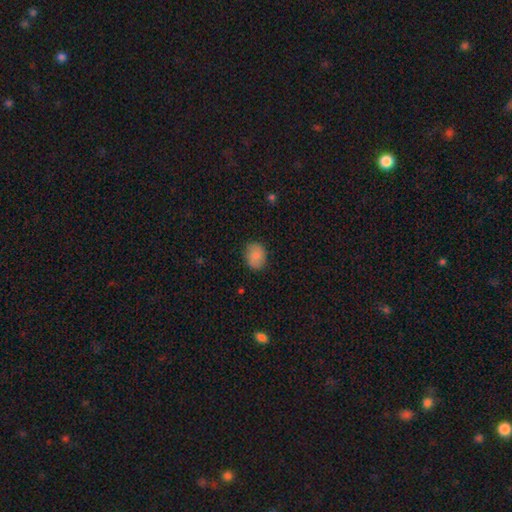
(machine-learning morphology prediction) Smooth or featured? Predicted: smooth (p=0.83). How rounded? Predicted: in between (p=0.51). Merging? Predicted: none (p=0.84).